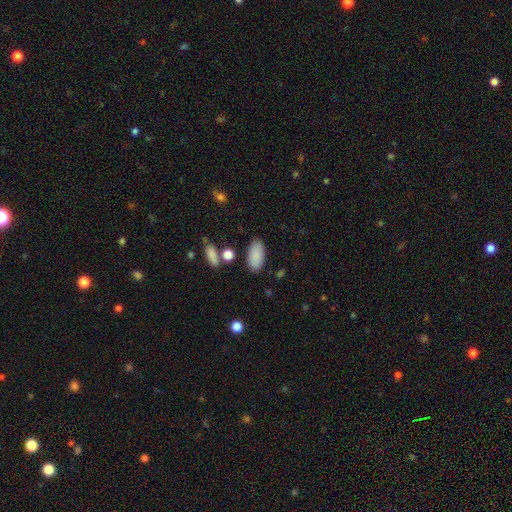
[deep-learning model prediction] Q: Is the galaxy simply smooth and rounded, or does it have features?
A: smooth — 87%.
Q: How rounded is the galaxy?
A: in between — 93%.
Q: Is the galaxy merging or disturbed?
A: none — 81%.